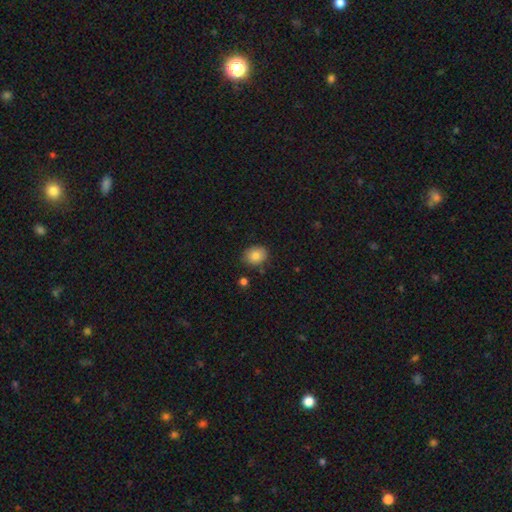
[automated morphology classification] type=smooth (84%); roundness=in between (50%); merging=none (81%).